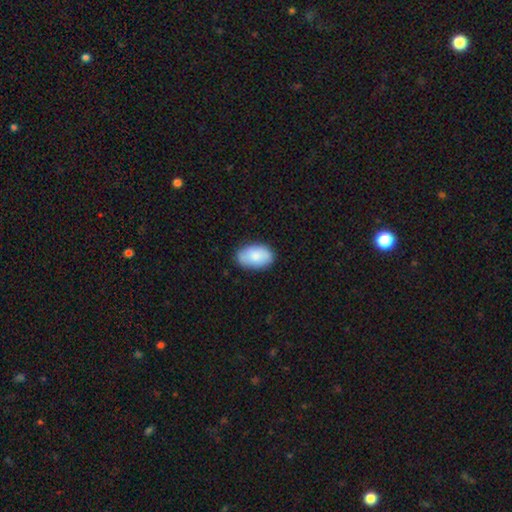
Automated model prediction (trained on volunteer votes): A smooth galaxy with no disk features (86%) that is in between round and cigar-shaped (93%).

Vote fractions:
- Smooth or featured? smooth: 86% / featured or disk: 8% / star or artifact: 6%
- How rounded? in between: 93% / round: 6% / cigar-shaped: 1%
- Merging? none: 83% / minor disturbance: 14% / major disturbance: 2% / merger: 1%